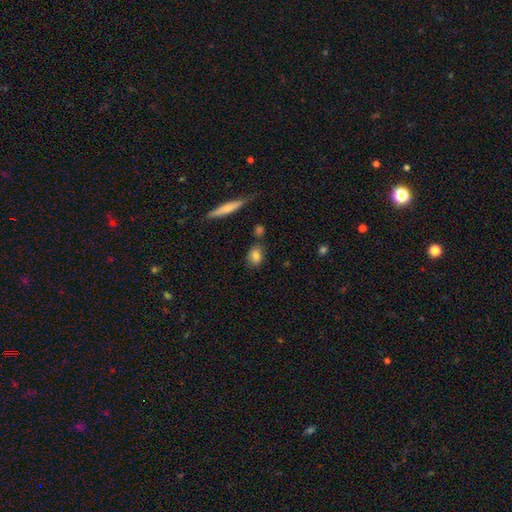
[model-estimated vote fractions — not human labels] Smooth or featured: smooth — 81% (featured or disk — 11%)
How rounded: in between — 66% (round — 28%)
Merging: none — 74% (minor disturbance — 15%)